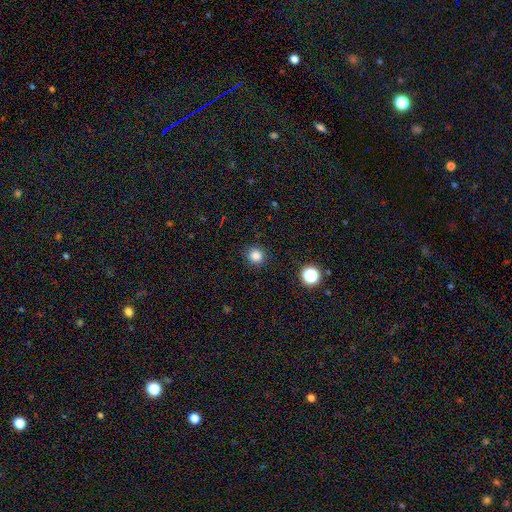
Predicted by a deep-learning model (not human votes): Overall: smooth (83%). How rounded: round (94%). Merging: none (91%).